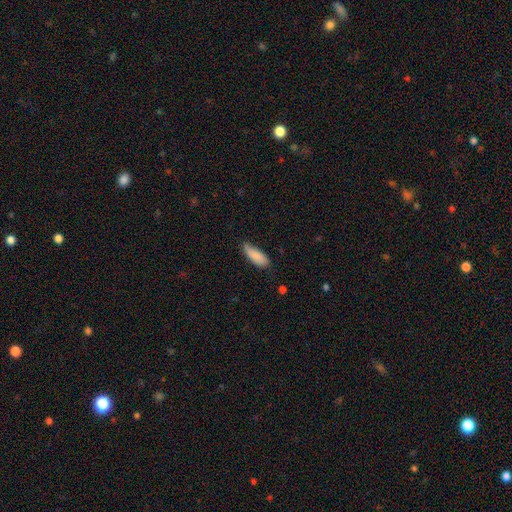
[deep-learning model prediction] smooth 87%, featured or disk 7%, star or artifact 6%. Down the decision tree: how rounded — in between (70%); merging — none (67%).